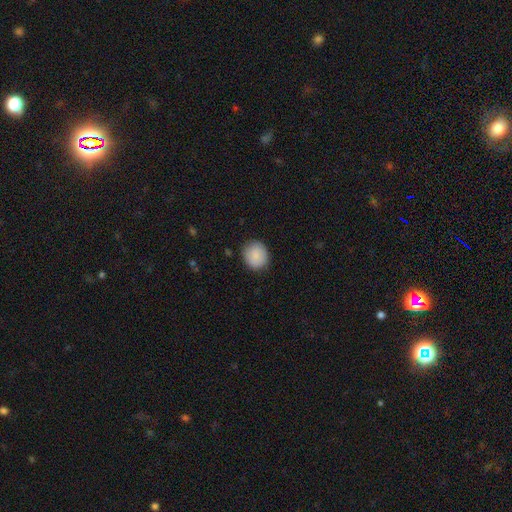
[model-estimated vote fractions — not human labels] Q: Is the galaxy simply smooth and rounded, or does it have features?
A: smooth — 89%.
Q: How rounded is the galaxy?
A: round — 83%.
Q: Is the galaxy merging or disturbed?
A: none — 87%.